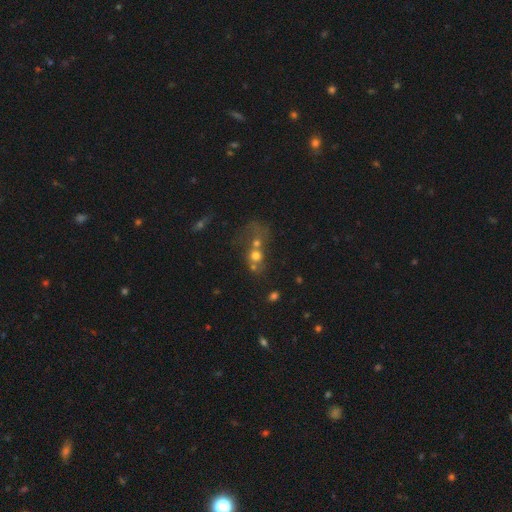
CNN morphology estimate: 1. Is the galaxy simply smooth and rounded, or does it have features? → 59% smooth, 22% featured or disk, 18% star or artifact.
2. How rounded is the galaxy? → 72% round, 26% in between, 2% cigar-shaped.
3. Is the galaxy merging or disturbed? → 61% merger, 22% none, 10% major disturbance, 7% minor disturbance.